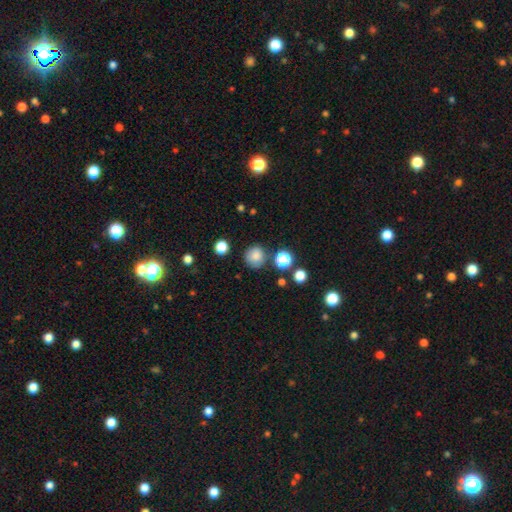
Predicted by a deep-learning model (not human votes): Smooth or featured?
  - smooth: 82% *
  - star or artifact: 12%
  - featured or disk: 6%
How rounded?
  - round: 89% *
  - in between: 10%
  - cigar-shaped: 1%
Merging?
  - none: 78% *
  - minor disturbance: 13%
  - merger: 5%
  - major disturbance: 4%